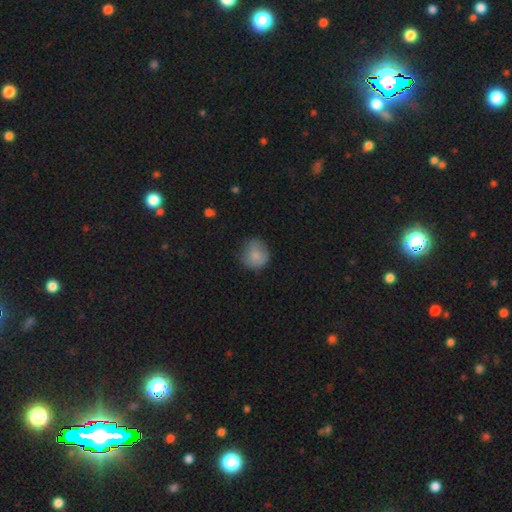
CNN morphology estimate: Smooth or featured? smooth (83%)
How rounded? round (85%)
Merging? none (70%)